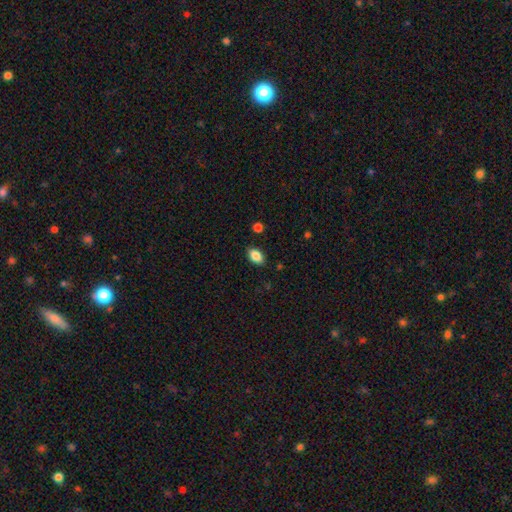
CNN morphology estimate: smooth 86%, star or artifact 8%, featured or disk 6%. Down the decision tree: how rounded — in between (91%); merging — none (87%).